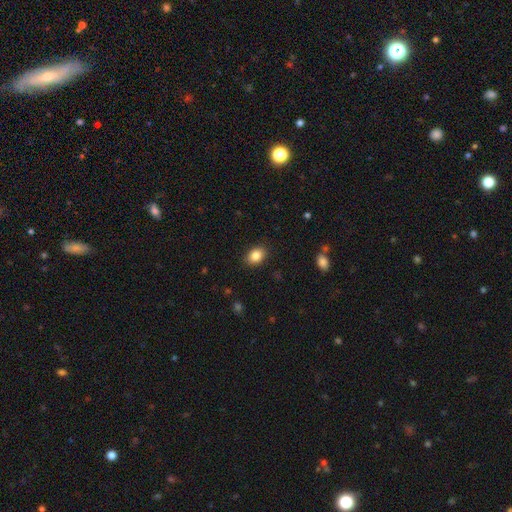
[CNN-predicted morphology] Smooth or featured: smooth — 86% (star or artifact — 9%)
How rounded: in between — 69% (round — 30%)
Merging: none — 88% (minor disturbance — 9%)